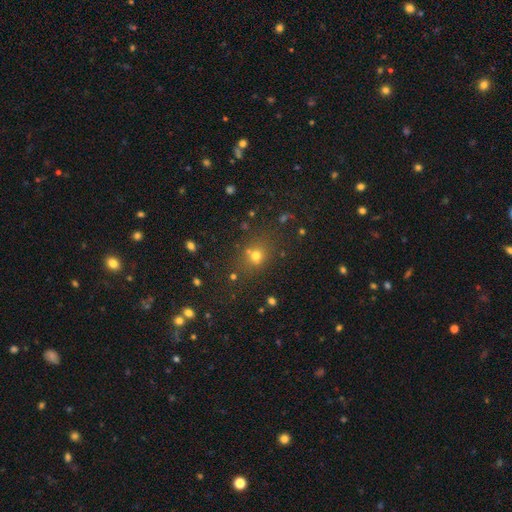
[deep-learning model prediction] smooth-or-featured: smooth: 67% | star or artifact: 23% | featured or disk: 10%
  how-rounded: round: 78% | in between: 21% | cigar-shaped: 1%
  merging: none: 71% | merger: 12% | minor disturbance: 12% | major disturbance: 5%